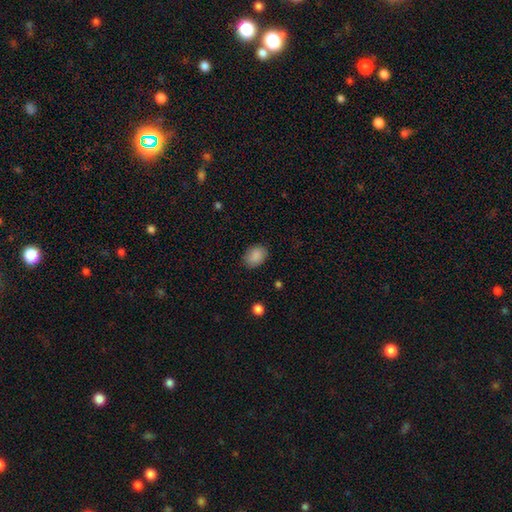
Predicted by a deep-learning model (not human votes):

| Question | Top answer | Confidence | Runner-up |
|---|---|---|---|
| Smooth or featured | smooth | 88% | star or artifact (7%) |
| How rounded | in between | 73% | round (26%) |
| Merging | none | 84% | minor disturbance (12%) |